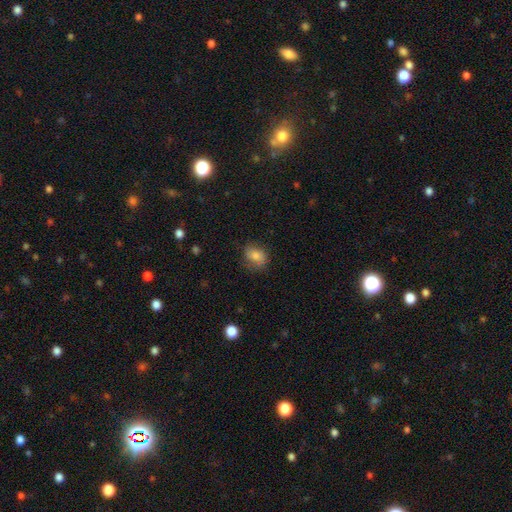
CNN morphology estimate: Smooth or featured: smooth — 75% (featured or disk — 16%)
How rounded: in between — 56% (round — 43%)
Merging: none — 71% (minor disturbance — 21%)